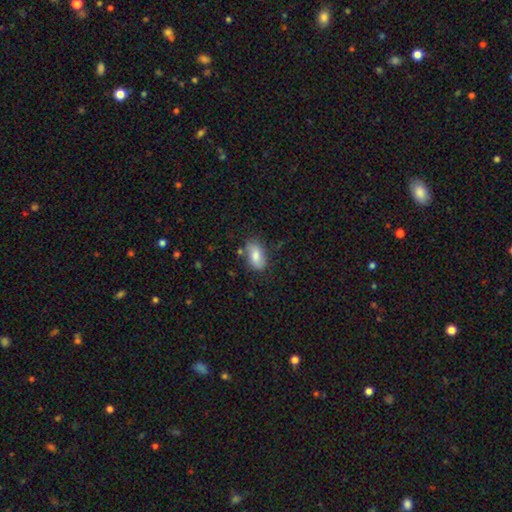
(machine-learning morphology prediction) Smooth or featured? Predicted: smooth (p=0.79). How rounded? Predicted: in between (p=0.91). Merging? Predicted: none (p=0.73).